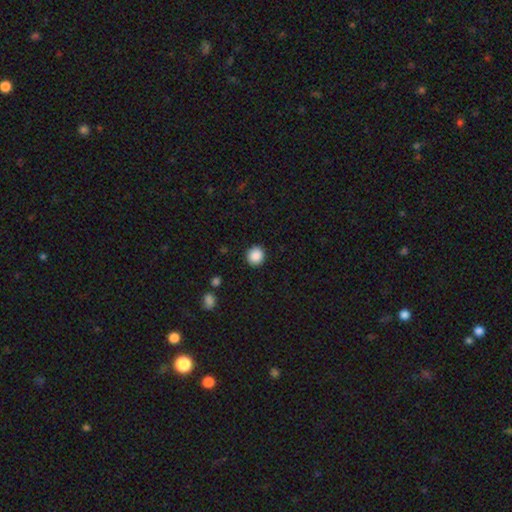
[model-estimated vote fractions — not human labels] smooth-or-featured: smooth: 88% | star or artifact: 9% | featured or disk: 3%
  how-rounded: round: 91% | in between: 8% | cigar-shaped: 1%
  merging: none: 91% | minor disturbance: 6% | major disturbance: 2% | merger: 1%